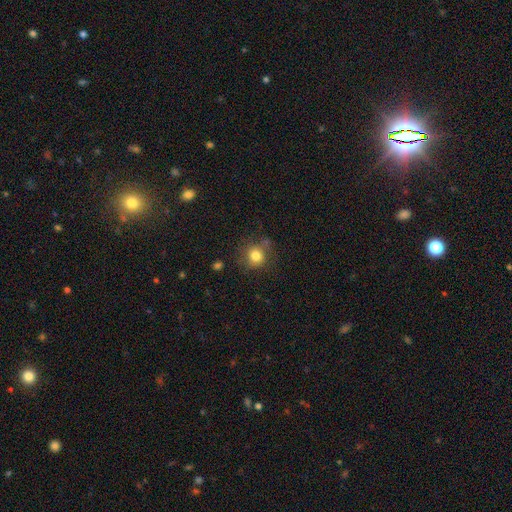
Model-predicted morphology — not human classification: Smooth or featured? Predicted: smooth (p=0.81). How rounded? Predicted: round (p=0.86). Merging? Predicted: none (p=0.72).